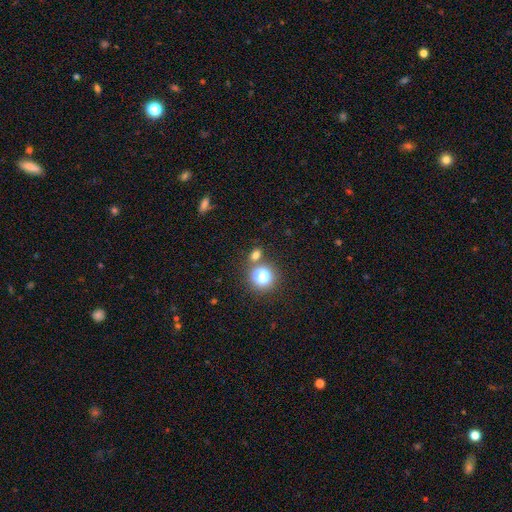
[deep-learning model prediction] Smooth or featured?
  - smooth: 65% *
  - star or artifact: 28%
  - featured or disk: 7%
How rounded?
  - round: 55% *
  - in between: 43%
  - cigar-shaped: 2%
Merging?
  - none: 71% *
  - merger: 16%
  - minor disturbance: 9%
  - major disturbance: 4%